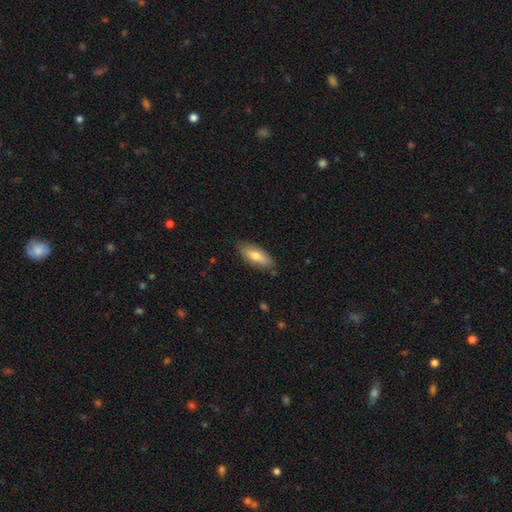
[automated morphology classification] The model was most divided on "how rounded": in between: 65%, cigar-shaped: 33%, round: 2%. More confident: merging — none (82%); smooth or featured — smooth (73%).